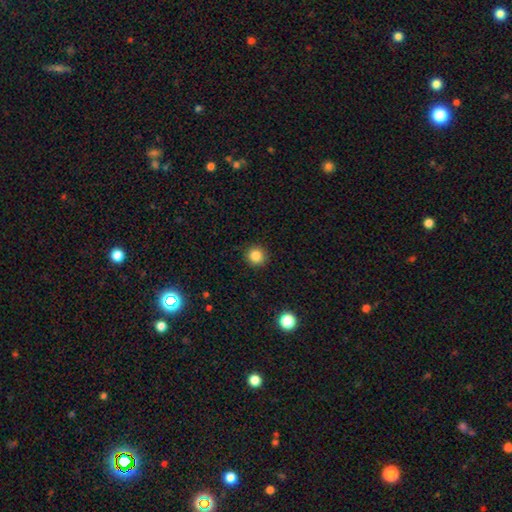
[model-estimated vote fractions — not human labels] Smooth or featured? Predicted: smooth (p=0.85). How rounded? Predicted: round (p=0.94). Merging? Predicted: none (p=0.92).